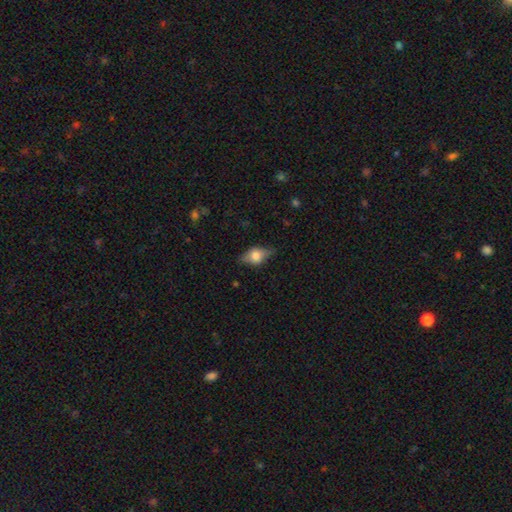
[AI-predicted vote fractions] This is possibly a smooth galaxy (56%). How rounded: likely in between (76%). Merging: likely none (74%).